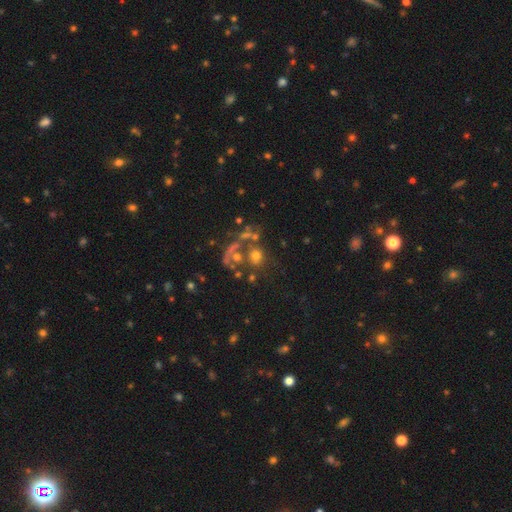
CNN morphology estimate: A smooth galaxy with no disk features (47%).

Vote fractions:
- Smooth or featured? smooth: 47% / featured or disk: 32% / star or artifact: 21%
- Merging? none: 38% / merger: 33% / major disturbance: 18% / minor disturbance: 11%